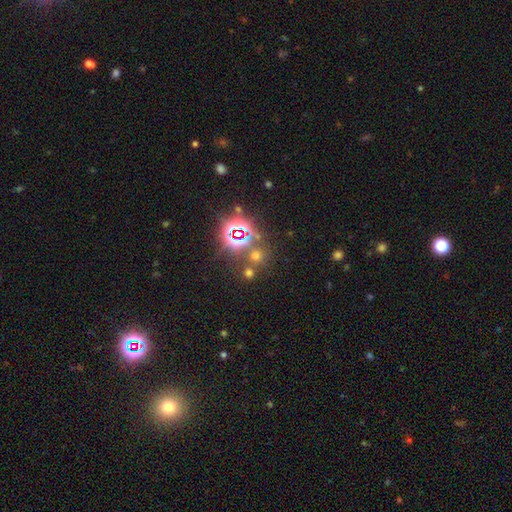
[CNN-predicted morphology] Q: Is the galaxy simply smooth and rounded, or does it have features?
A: star or artifact — 53%.